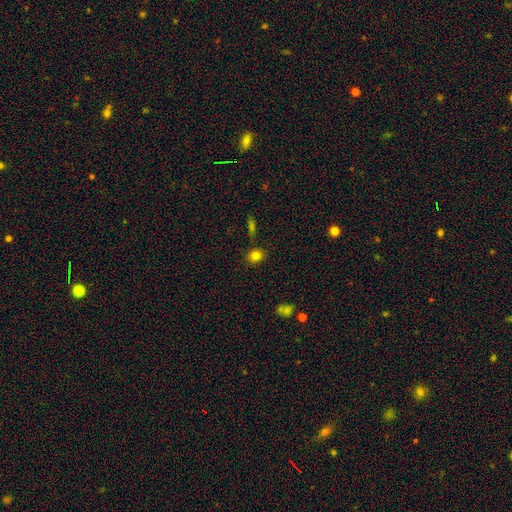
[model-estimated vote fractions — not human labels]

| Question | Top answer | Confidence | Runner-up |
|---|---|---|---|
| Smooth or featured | smooth | 81% | star or artifact (12%) |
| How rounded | round | 66% | in between (33%) |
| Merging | none | 86% | minor disturbance (9%) |